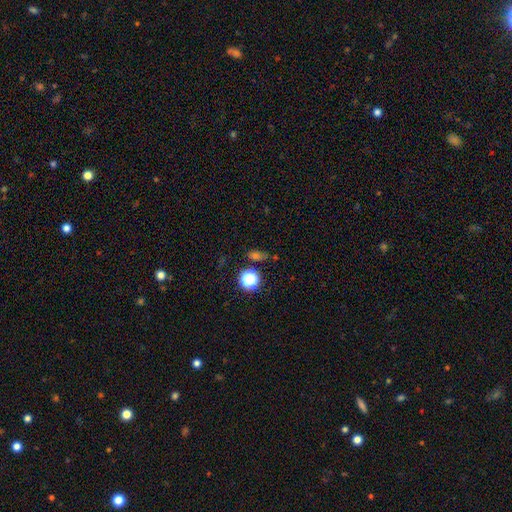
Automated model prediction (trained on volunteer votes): Q: Smooth or featured?
A: smooth (51%); runner-up: star or artifact (40%)
Q: How rounded?
A: round (55%); runner-up: in between (41%)
Q: Merging?
A: none (74%); runner-up: minor disturbance (13%)